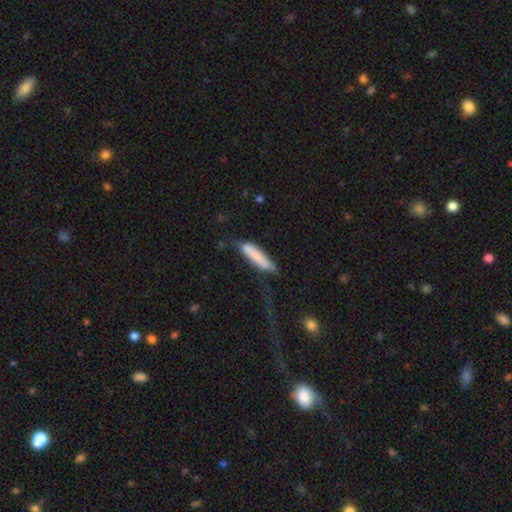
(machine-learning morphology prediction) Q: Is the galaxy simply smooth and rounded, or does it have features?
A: smooth — 71%.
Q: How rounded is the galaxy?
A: cigar-shaped — 79%.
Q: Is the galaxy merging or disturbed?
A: none — 45%.